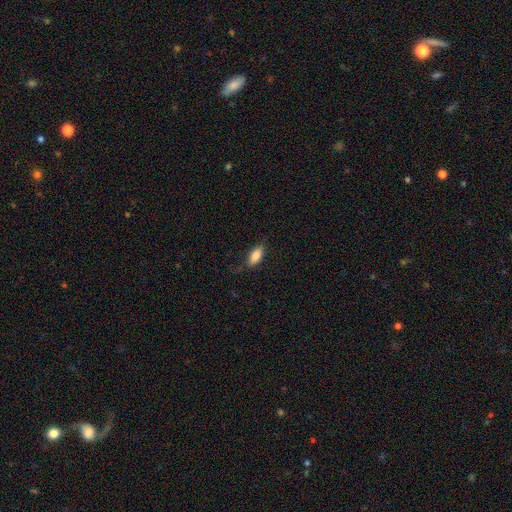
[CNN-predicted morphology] Smooth or featured: smooth — 85% (featured or disk — 8%)
How rounded: in between — 85% (cigar-shaped — 12%)
Merging: none — 71% (minor disturbance — 21%)